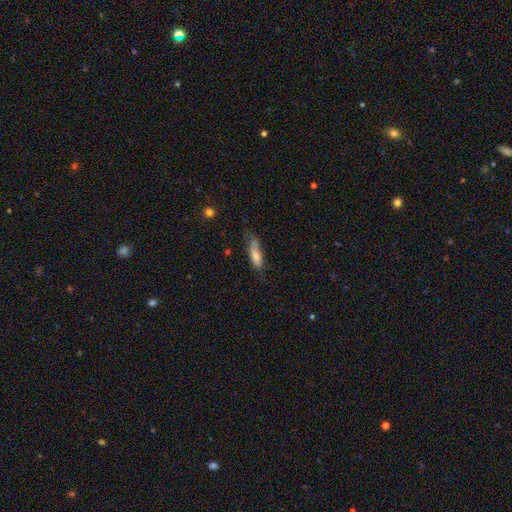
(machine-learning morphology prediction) Q: Smooth or featured?
A: smooth (69%); runner-up: featured or disk (23%)
Q: How rounded?
A: cigar-shaped (57%); runner-up: in between (41%)
Q: Merging?
A: none (47%); runner-up: minor disturbance (34%)